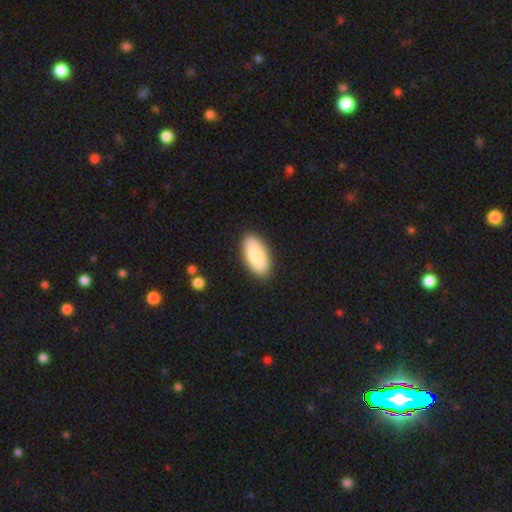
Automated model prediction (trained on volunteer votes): Overall: smooth (84%). How rounded: in between (92%). Merging: none (88%).